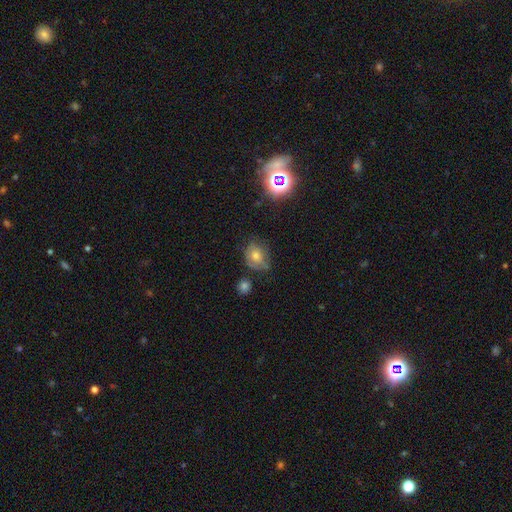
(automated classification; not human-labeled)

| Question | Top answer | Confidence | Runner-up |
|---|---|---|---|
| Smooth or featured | smooth | 52% | featured or disk (28%) |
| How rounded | round | 53% | in between (46%) |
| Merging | none | 58% | minor disturbance (28%) |